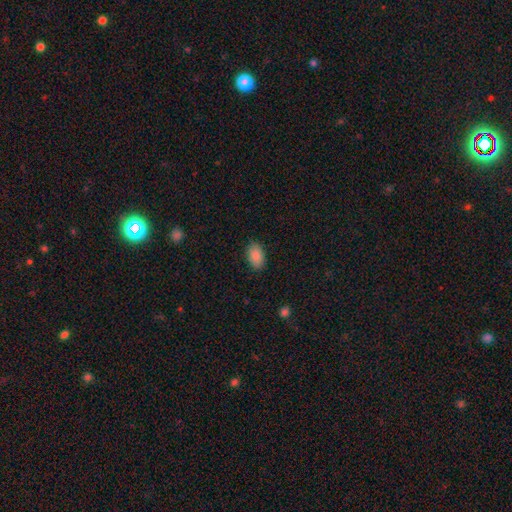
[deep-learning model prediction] This is clearly a smooth galaxy (88%). How rounded: clearly in between (92%). Merging: clearly none (88%).